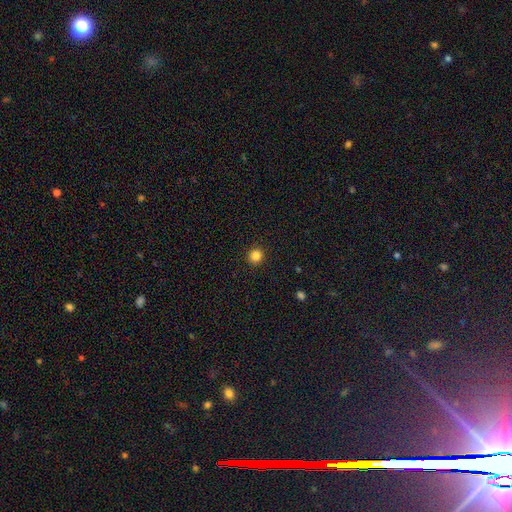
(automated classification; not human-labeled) Smooth or featured? Predicted: smooth (p=0.84). How rounded? Predicted: round (p=0.94). Merging? Predicted: none (p=0.93).